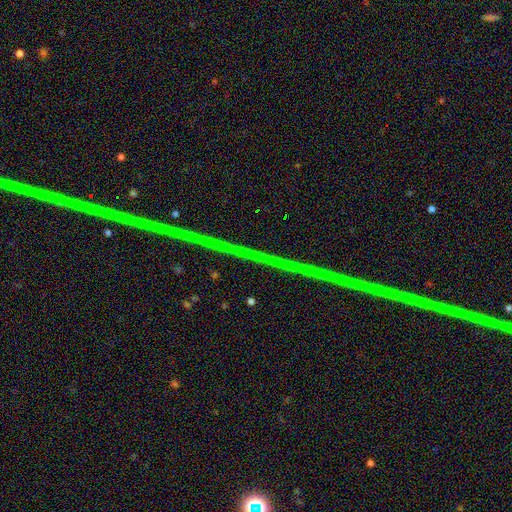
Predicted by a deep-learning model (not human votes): smooth_or_featured: star or artifact (p=0.79) [alt: featured or disk p=0.14]